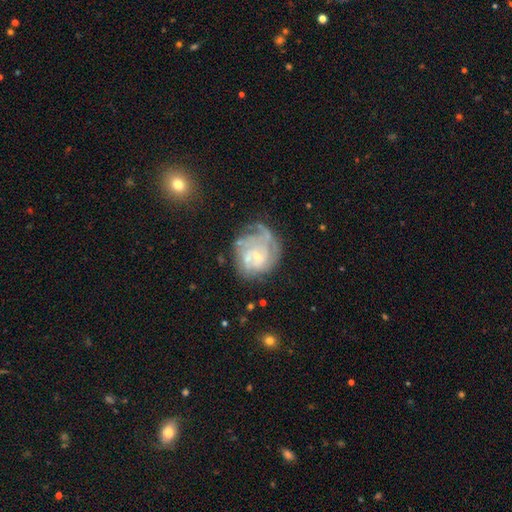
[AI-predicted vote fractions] Overall: featured or disk (74%). Edge-on disk: no (98%). Bar: no (62%; weak 33%). Spiral arms: yes (79%). Spiral arm count: can't tell (46%; 2 17%). Spiral winding: tight (52%; medium 33%). Bulge size: small (64%; moderate 24%). Merging: none (43%; major disturbance 26%).